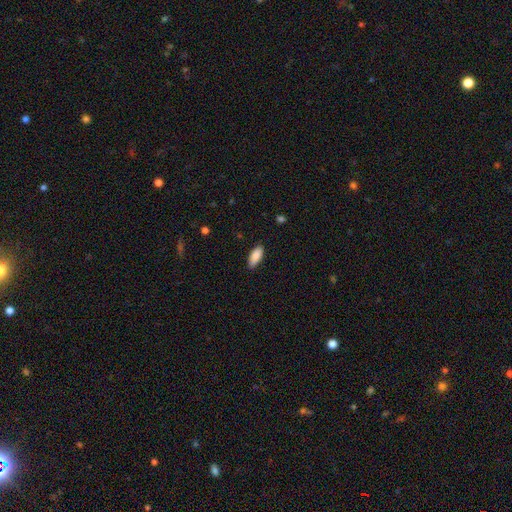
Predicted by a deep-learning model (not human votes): Smooth or featured? smooth (88%)
How rounded? in between (83%)
Merging? none (82%)